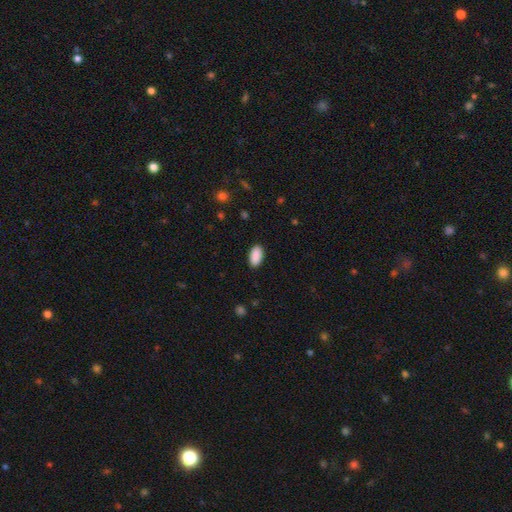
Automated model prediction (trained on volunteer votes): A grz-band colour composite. It shows a smooth galaxy with no disk features (91%) that is in between round and cigar-shaped (94%). Merging: none (90%).